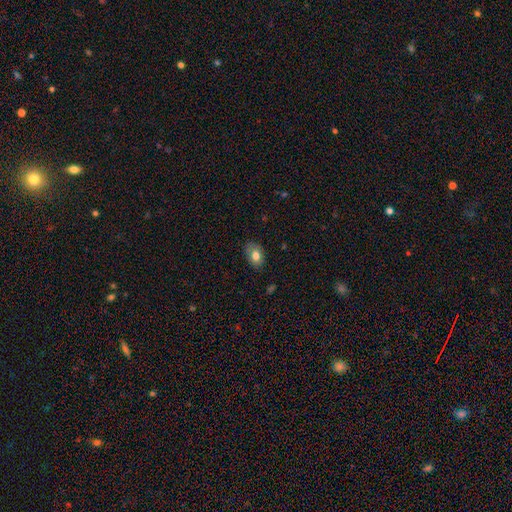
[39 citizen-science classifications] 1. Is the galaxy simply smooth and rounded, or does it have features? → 72% smooth, 21% featured or disk, 8% star or artifact.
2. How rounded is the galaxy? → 57% in between, 43% round, 0% cigar-shaped.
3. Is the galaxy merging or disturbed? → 67% none, 31% minor disturbance, 3% major disturbance, 0% merger.